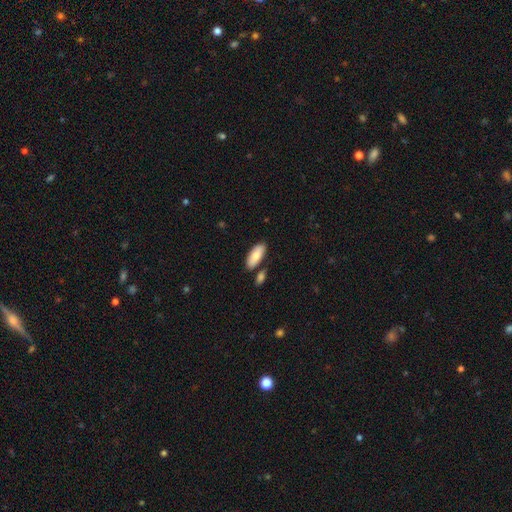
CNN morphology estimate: smooth 81%, featured or disk 14%, star or artifact 6%. Down the decision tree: how rounded — in between (83%); merging — none (76%).